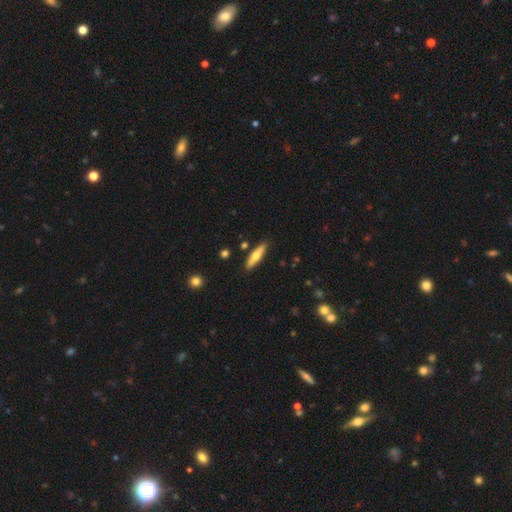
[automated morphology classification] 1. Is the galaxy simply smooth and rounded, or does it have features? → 59% smooth, 35% featured or disk, 6% star or artifact.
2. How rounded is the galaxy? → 75% cigar-shaped, 23% in between, 2% round.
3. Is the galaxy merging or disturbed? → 87% none, 8% minor disturbance, 3% merger, 2% major disturbance.